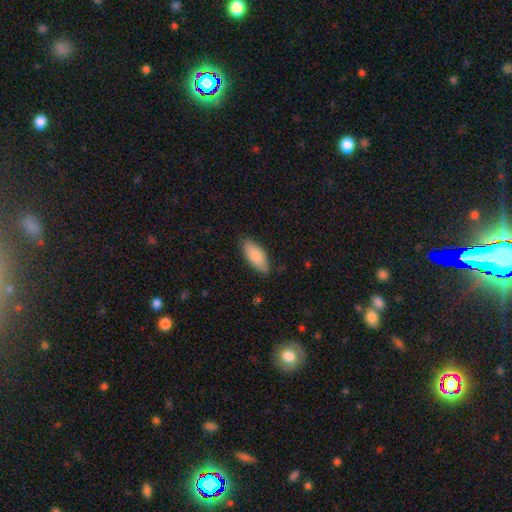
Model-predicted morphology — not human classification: Smooth or featured: smooth — 84% (featured or disk — 11%)
How rounded: in between — 81% (cigar-shaped — 17%)
Merging: none — 81% (minor disturbance — 16%)